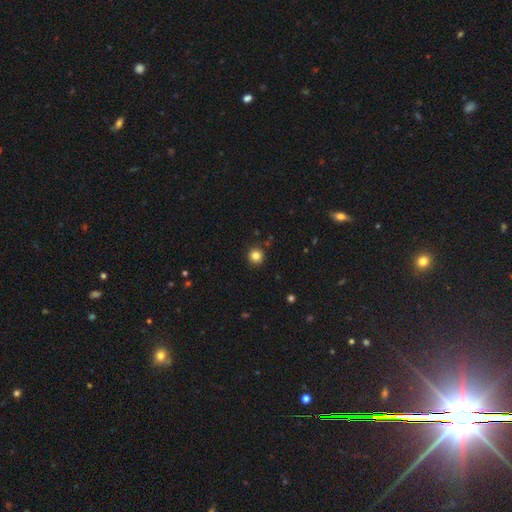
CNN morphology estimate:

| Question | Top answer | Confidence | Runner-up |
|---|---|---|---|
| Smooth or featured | smooth | 84% | star or artifact (12%) |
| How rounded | round | 94% | in between (5%) |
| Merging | none | 91% | minor disturbance (6%) |